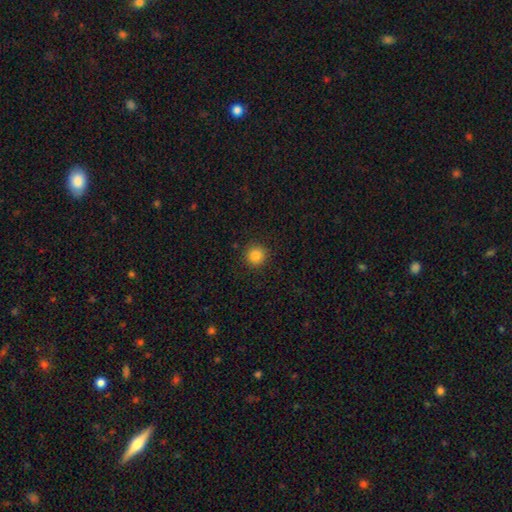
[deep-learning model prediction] Smooth or featured?
  - smooth: 85% *
  - star or artifact: 11%
  - featured or disk: 4%
How rounded?
  - round: 94% *
  - in between: 5%
  - cigar-shaped: 1%
Merging?
  - none: 91% *
  - minor disturbance: 6%
  - major disturbance: 2%
  - merger: 1%